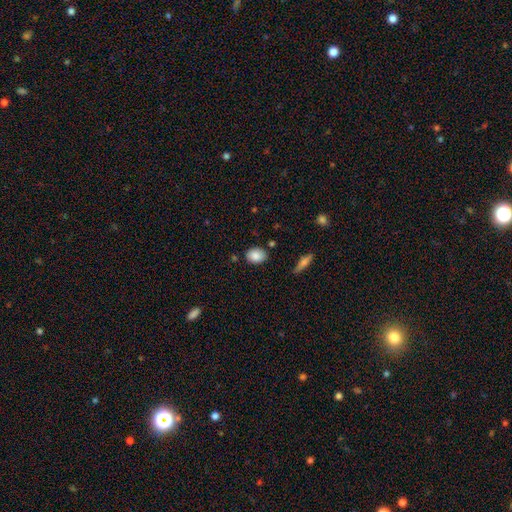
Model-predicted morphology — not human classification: type=smooth (86%); roundness=in between (63%); merging=none (82%).